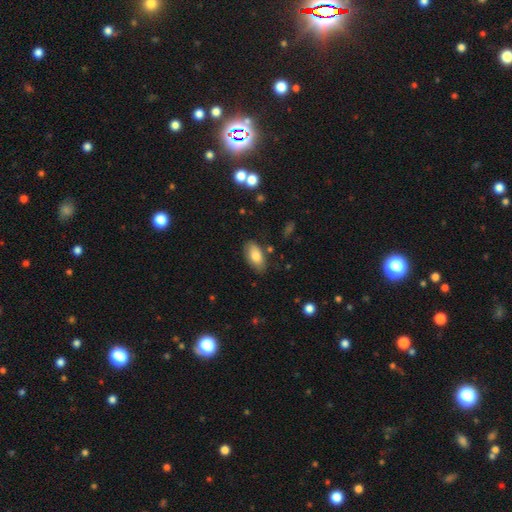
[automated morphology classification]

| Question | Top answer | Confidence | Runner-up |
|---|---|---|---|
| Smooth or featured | smooth | 79% | featured or disk (14%) |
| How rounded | in between | 93% | cigar-shaped (4%) |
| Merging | none | 80% | minor disturbance (15%) |